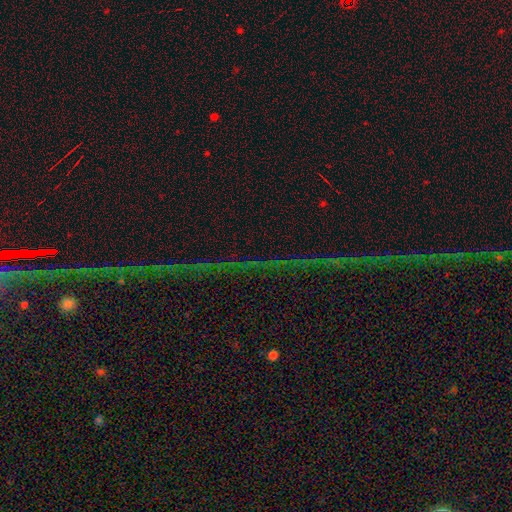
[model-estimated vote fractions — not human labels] A star or artifact, not a galaxy (78%).